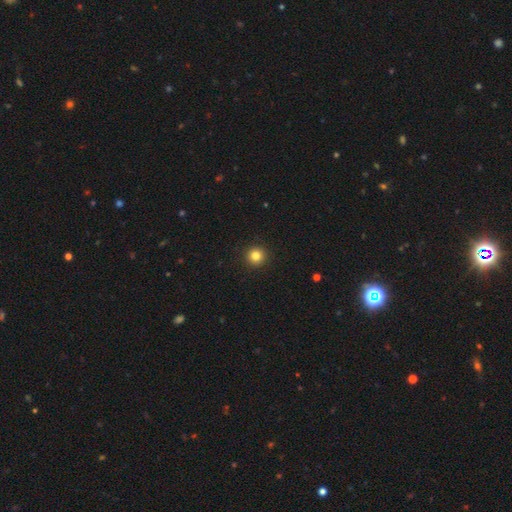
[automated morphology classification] Overall: smooth (83%). How rounded: round (96%). Merging: none (94%).